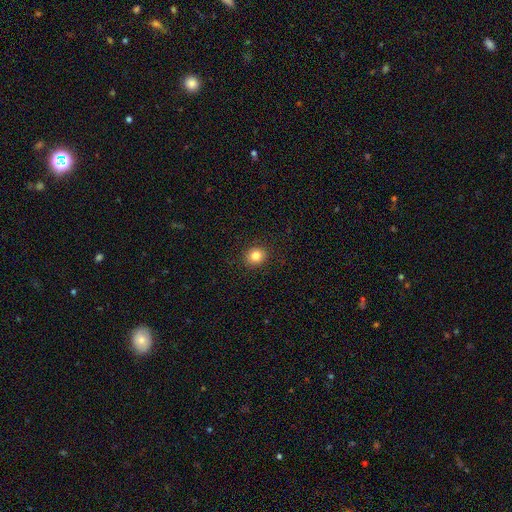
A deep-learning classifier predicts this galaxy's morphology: The model was most divided on "how rounded": round: 79%, in between: 20%, cigar-shaped: 1%. More confident: merging — none (91%); smooth or featured — smooth (83%).